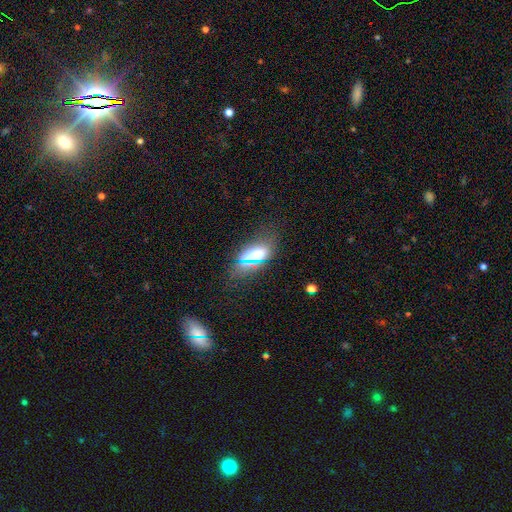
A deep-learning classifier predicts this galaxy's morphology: Overall: smooth (63%). How rounded: in between (81%). Merging: none (71%).